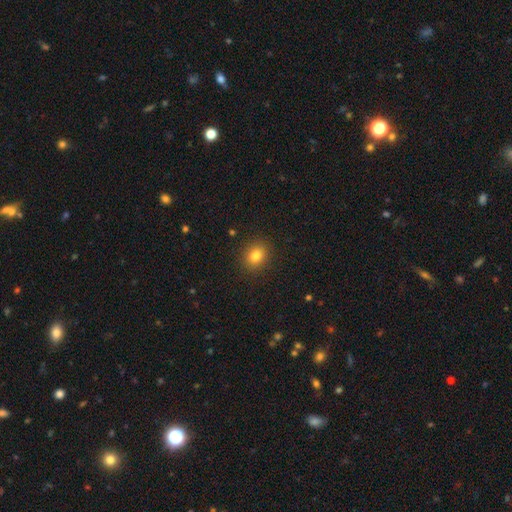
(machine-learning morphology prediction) This is clearly a smooth galaxy (82%). How rounded: possibly round (58%). Merging: clearly none (89%).